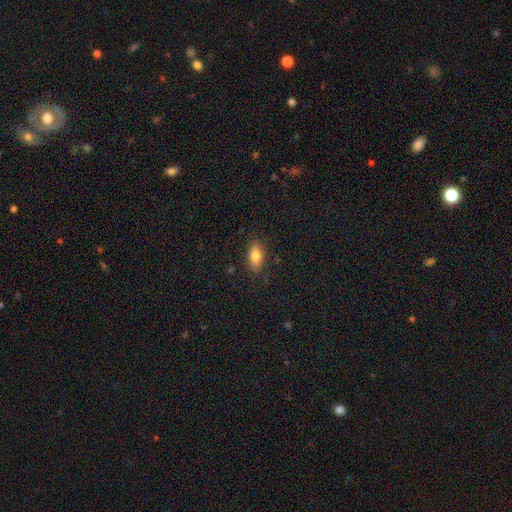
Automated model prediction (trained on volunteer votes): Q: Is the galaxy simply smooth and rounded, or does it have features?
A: smooth — 78%.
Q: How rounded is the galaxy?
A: in between — 83%.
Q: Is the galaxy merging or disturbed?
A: none — 84%.